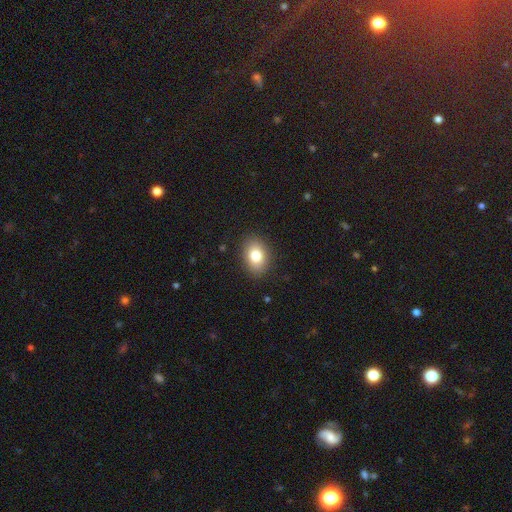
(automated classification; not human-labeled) The model was most divided on "how rounded": in between: 75%, round: 24%, cigar-shaped: 1%. More confident: merging — none (88%); smooth or featured — smooth (81%).